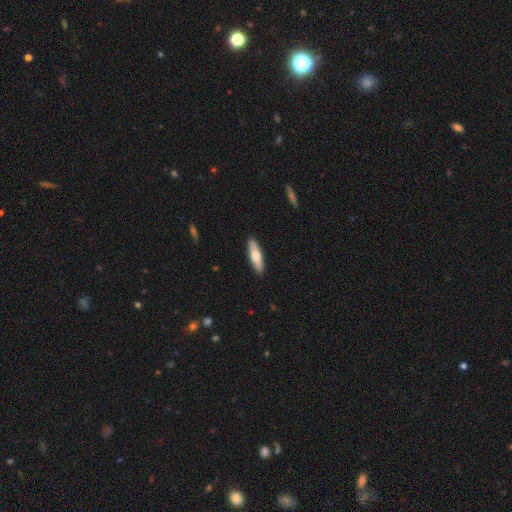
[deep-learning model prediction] Smooth or featured? Predicted: smooth (p=0.67). How rounded? Predicted: cigar-shaped (p=0.70). Merging? Predicted: none (p=0.91).